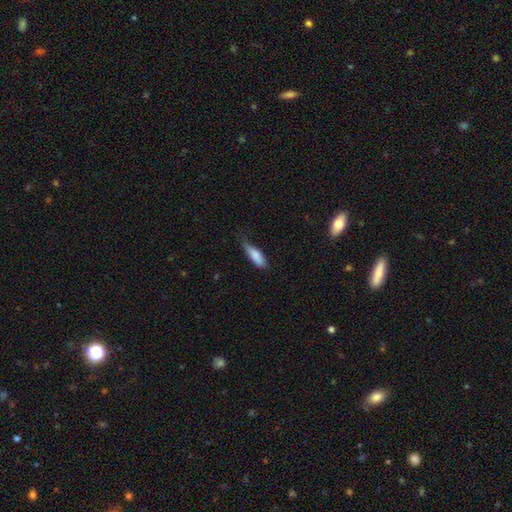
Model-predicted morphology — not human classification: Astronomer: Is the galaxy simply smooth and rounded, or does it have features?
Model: smooth — 84%.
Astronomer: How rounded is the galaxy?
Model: in between — 57% (runner-up: cigar-shaped, 41%).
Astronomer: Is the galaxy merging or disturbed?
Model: none — 46% (runner-up: minor disturbance, 42%).